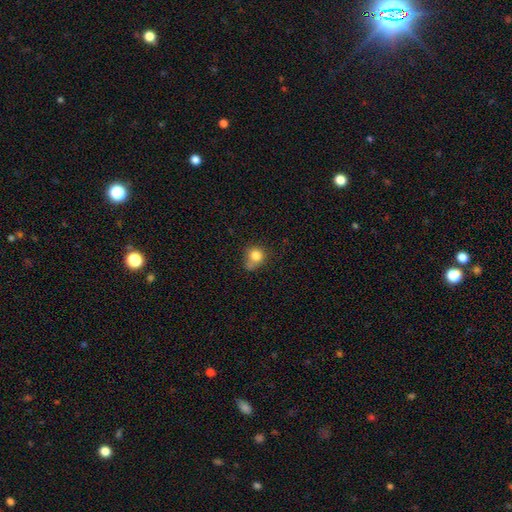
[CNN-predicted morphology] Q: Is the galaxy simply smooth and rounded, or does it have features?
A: smooth — 81%.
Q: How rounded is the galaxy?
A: round — 79%.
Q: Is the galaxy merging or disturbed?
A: none — 48%.